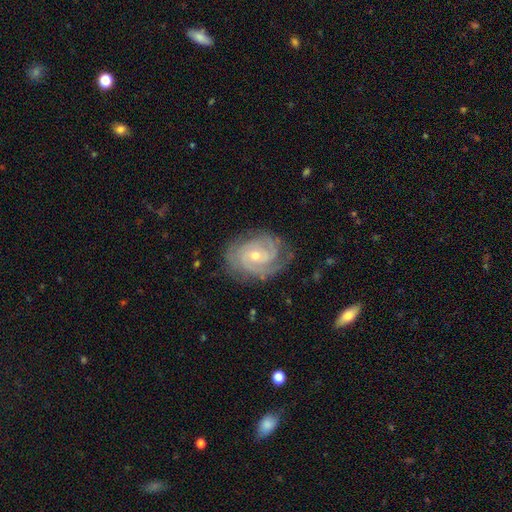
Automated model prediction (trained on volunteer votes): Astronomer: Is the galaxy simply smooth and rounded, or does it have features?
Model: featured or disk — 88%.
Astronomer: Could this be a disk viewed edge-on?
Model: no — 97%.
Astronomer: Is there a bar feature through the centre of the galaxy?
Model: no — 63%.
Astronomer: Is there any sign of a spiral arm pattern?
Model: yes — 97%.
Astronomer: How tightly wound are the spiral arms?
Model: tight — 70%.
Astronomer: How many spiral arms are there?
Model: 2 — 37% (runner-up: 3, 26%).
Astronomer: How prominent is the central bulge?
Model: small — 57% (runner-up: moderate, 40%).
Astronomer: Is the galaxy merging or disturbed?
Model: none — 75%.